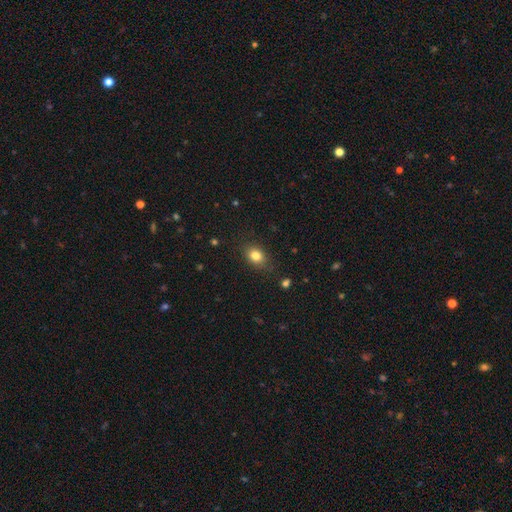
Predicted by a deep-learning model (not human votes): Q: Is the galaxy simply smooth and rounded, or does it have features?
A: smooth — 82%.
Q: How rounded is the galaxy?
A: in between — 66%.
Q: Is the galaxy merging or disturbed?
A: none — 82%.